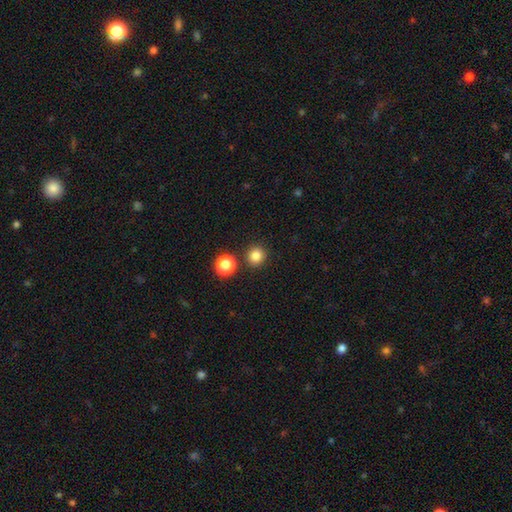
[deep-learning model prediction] Morphology: type=smooth (83%); roundness=round (92%); merging=none (86%).